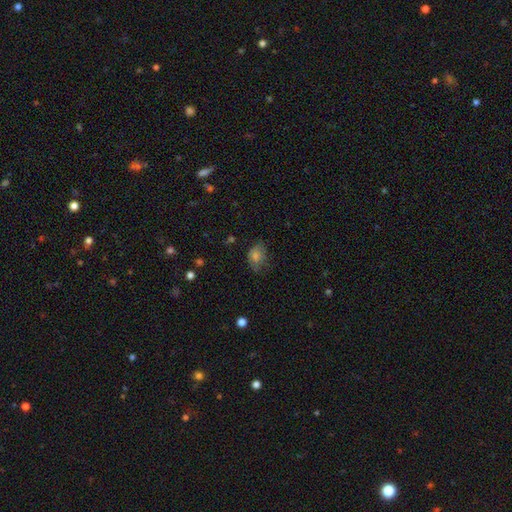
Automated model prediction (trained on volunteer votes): A smooth galaxy with no disk features (68%) that is in between round and cigar-shaped (65%).

Vote fractions:
- Smooth or featured? smooth: 68% / featured or disk: 18% / star or artifact: 14%
- How rounded? in between: 65% / round: 34% / cigar-shaped: 1%
- Merging? none: 58% / minor disturbance: 29% / major disturbance: 12% / merger: 2%